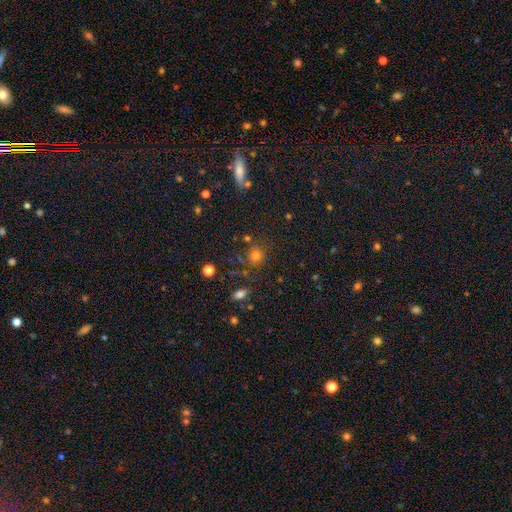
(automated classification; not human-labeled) Smooth or featured? smooth (67%)
How rounded? round (82%)
Merging? none (75%)